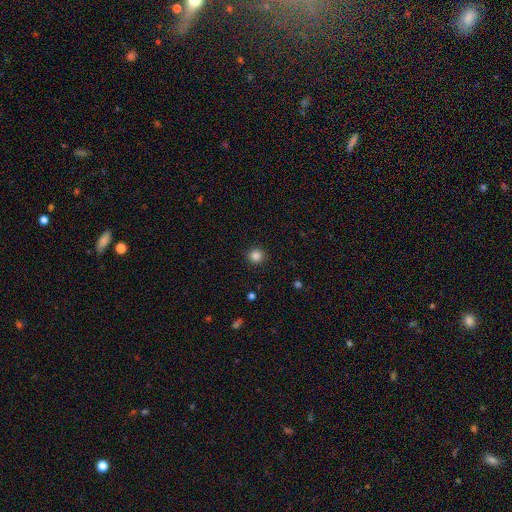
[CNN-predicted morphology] Smooth or featured?
  - smooth: 86% *
  - star or artifact: 11%
  - featured or disk: 3%
How rounded?
  - round: 95% *
  - in between: 4%
  - cigar-shaped: 1%
Merging?
  - none: 92% *
  - minor disturbance: 5%
  - major disturbance: 2%
  - merger: 1%